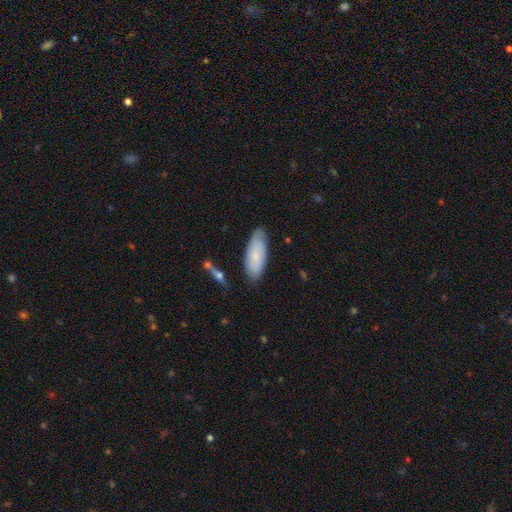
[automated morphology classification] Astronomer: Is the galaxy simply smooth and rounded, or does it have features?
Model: smooth — 74%.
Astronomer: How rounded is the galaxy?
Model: in between — 71%.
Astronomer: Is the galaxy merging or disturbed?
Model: none — 78%.